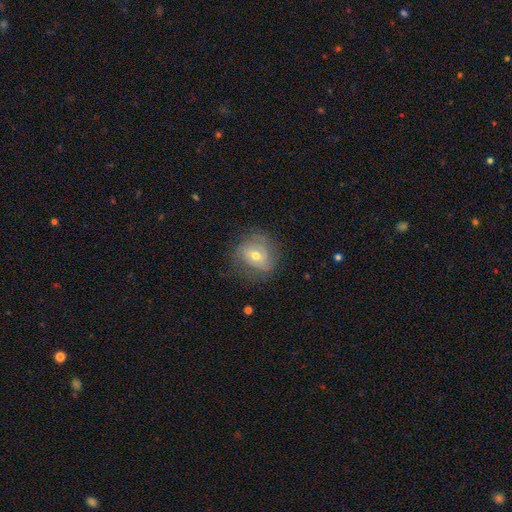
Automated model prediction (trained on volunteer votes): Morphology: type=smooth (46%); merging=none (65%).